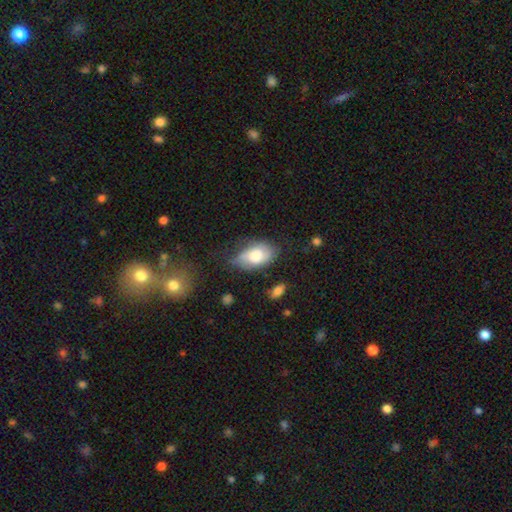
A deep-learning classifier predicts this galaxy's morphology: smooth_or_featured: smooth (p=0.62) [alt: featured or disk p=0.30]
how_rounded: in between (p=0.92) [alt: round p=0.06]
merging: none (p=0.51) [alt: minor disturbance p=0.34]